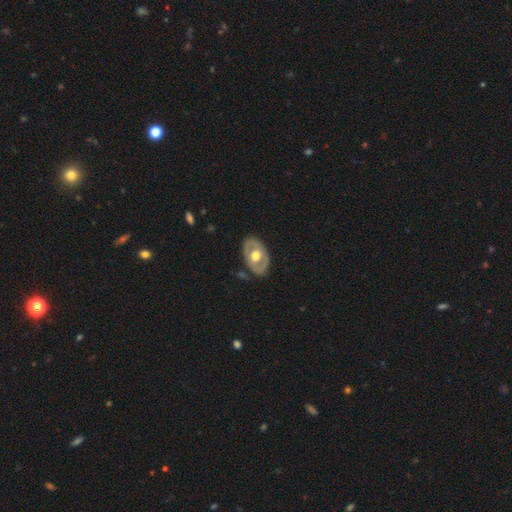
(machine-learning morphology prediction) Overall: featured or disk (59%; smooth 36%). Edge-on disk: no (90%). Bar: no (77%). Spiral arms: no (81%). Bulge size: moderate (67%; large 27%). Merging: none (81%).